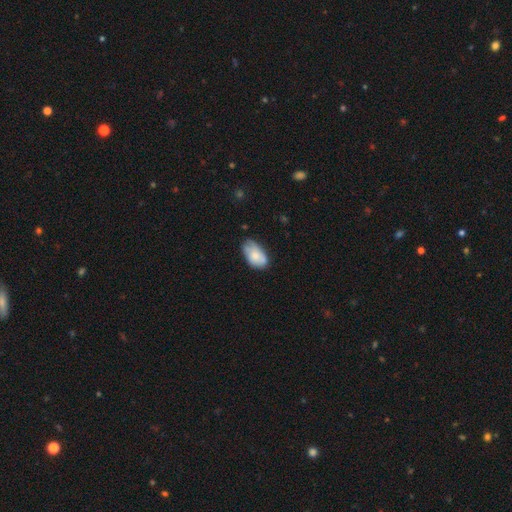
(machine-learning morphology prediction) Smooth or featured? smooth (74%)
How rounded? in between (93%)
Merging? none (56%)